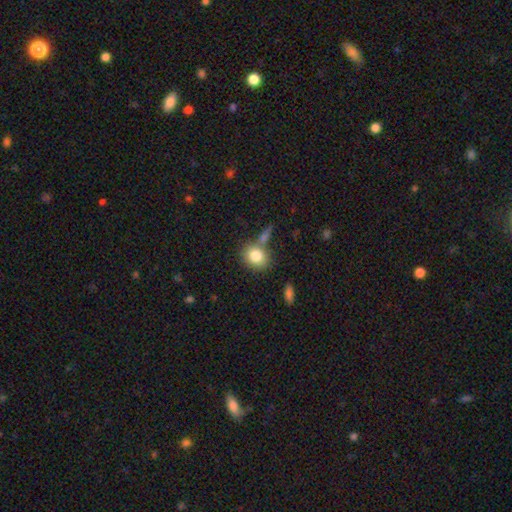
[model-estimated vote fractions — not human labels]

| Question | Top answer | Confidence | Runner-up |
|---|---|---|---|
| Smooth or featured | smooth | 82% | featured or disk (9%) |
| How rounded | round | 64% | in between (35%) |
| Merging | none | 64% | merger (20%) |